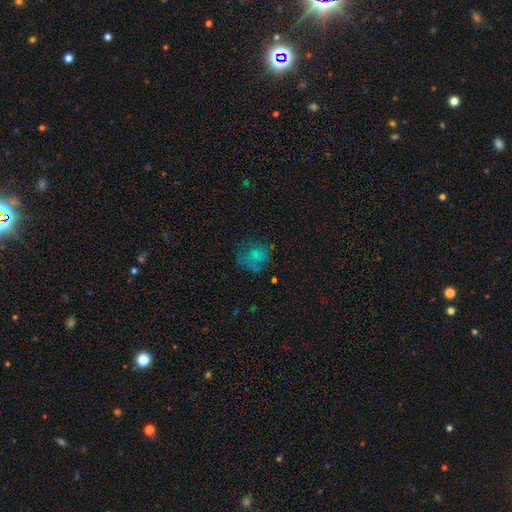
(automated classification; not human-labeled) Smooth or featured: smooth — 60% (featured or disk — 23%)
How rounded: round — 67% (in between — 32%)
Merging: none — 55% (minor disturbance — 23%)